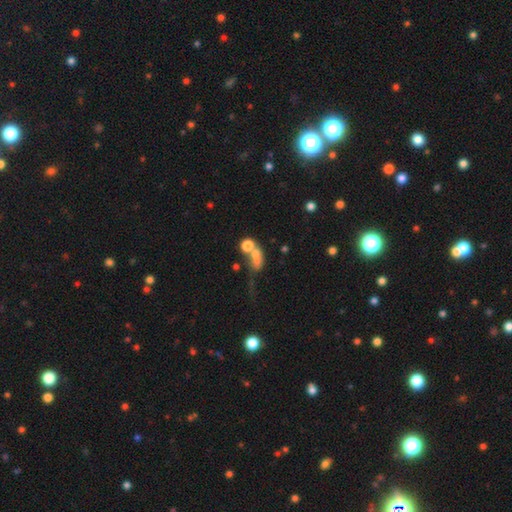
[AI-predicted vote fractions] A smooth galaxy with no disk features (62%) that is in between round and cigar-shaped (53%).

Vote fractions:
- Smooth or featured? smooth: 62% / featured or disk: 22% / star or artifact: 16%
- How rounded? in between: 53% / round: 41% / cigar-shaped: 6%
- Merging? merger: 49% / major disturbance: 21% / none: 20% / minor disturbance: 9%